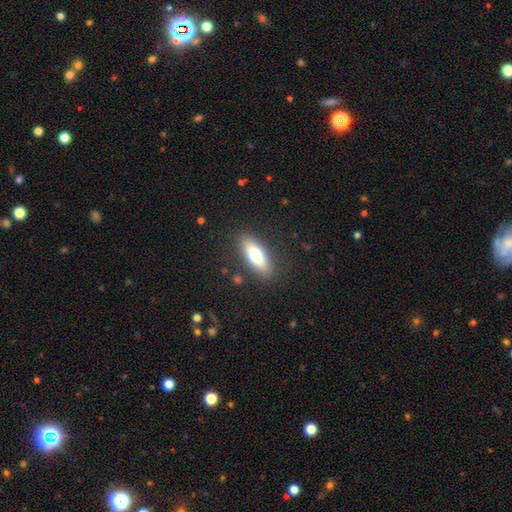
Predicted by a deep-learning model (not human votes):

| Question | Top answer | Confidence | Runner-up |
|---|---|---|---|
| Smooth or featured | smooth | 70% | featured or disk (24%) |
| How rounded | in between | 61% | cigar-shaped (37%) |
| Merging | none | 85% | minor disturbance (10%) |